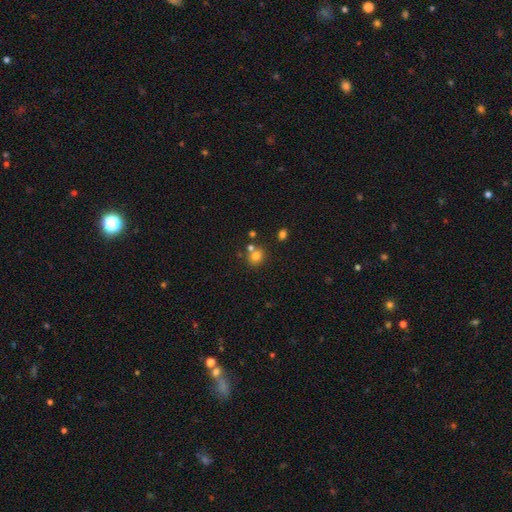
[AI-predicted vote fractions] Overall: smooth (76%). How rounded: round (71%). Merging: none (61%; merger 25%).